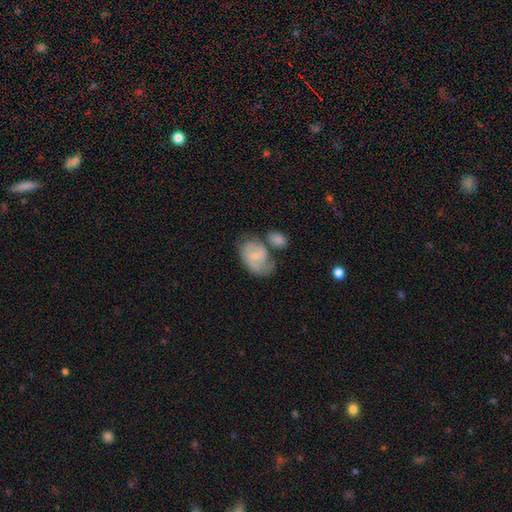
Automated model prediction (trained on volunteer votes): smooth_or_featured: featured or disk (p=0.58) [alt: smooth p=0.36]
disk_edge_on: no (p=0.97) [alt: yes p=0.03]
bar: no (p=0.51) [alt: weak p=0.42]
has_spiral_arms: yes (p=0.81) [alt: no p=0.19]
bulge_size: small (p=0.65) [alt: moderate p=0.26]
merging: none (p=0.40) [alt: minor disturbance p=0.24]